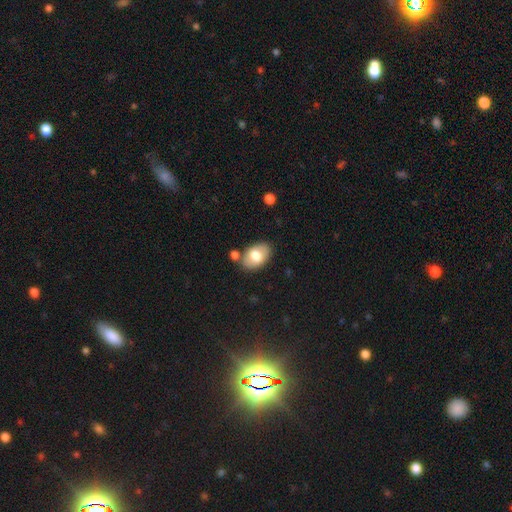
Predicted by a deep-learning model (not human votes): Smooth or featured? Predicted: smooth (p=0.72). How rounded? Predicted: in between (p=0.89). Merging? Predicted: none (p=0.74).